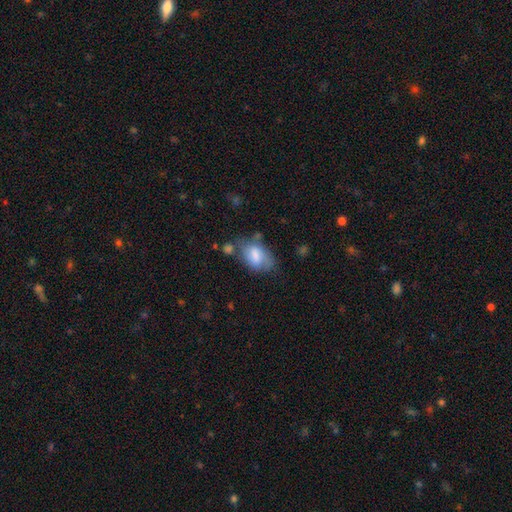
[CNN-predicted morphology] A smooth galaxy with no disk features (70%) that is in between round and cigar-shaped (88%). Merging: none (45%).